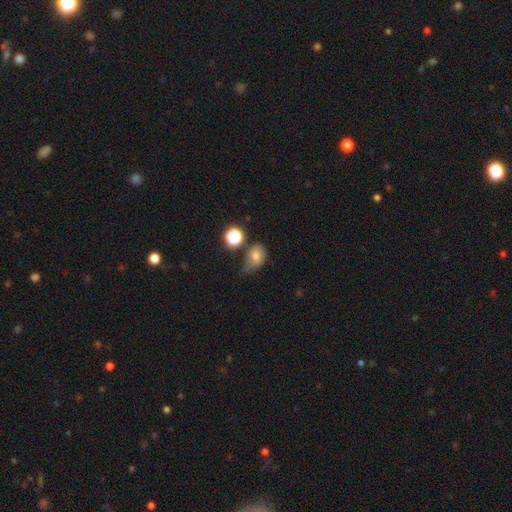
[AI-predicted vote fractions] Overall: smooth (71%). How rounded: in between (66%; round 33%). Merging: minor disturbance (39%; none 35%).